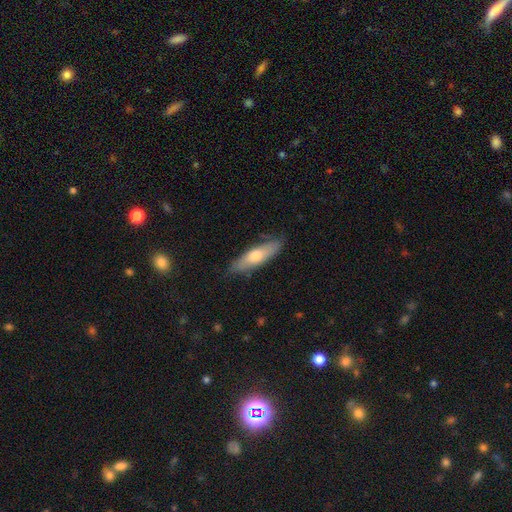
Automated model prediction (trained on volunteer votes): Smooth or featured? smooth (60%)
How rounded? cigar-shaped (59%)
Merging? none (81%)